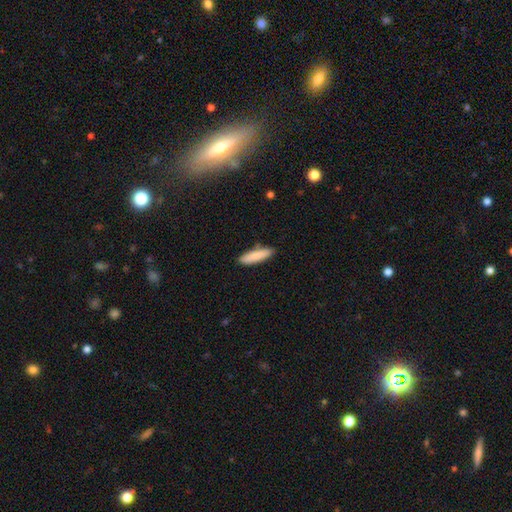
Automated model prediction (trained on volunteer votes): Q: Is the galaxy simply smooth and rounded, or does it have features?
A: smooth — 86%.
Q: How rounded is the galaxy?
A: cigar-shaped — 68%.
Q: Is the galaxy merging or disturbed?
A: none — 85%.